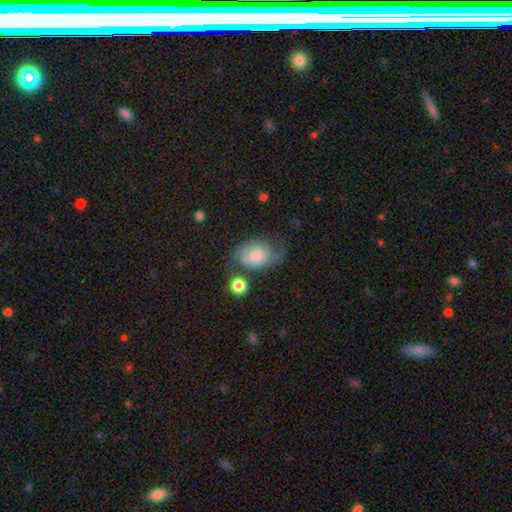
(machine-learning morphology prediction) Smooth or featured? Predicted: featured or disk (p=0.56). Edge-on disk? Predicted: no (p=0.97). Bar? Predicted: no (p=0.70). Spiral arms? Predicted: yes (p=0.88). Bulge size? Predicted: moderate (p=0.38). Merging? Predicted: none (p=0.52).